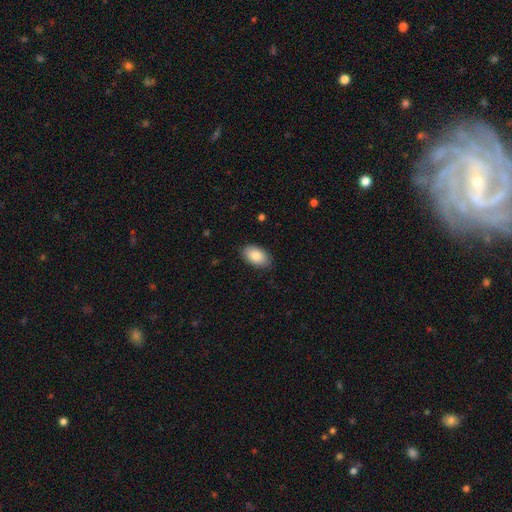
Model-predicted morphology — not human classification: This is clearly a smooth galaxy (86%). How rounded: clearly in between (93%). Merging: clearly none (86%).